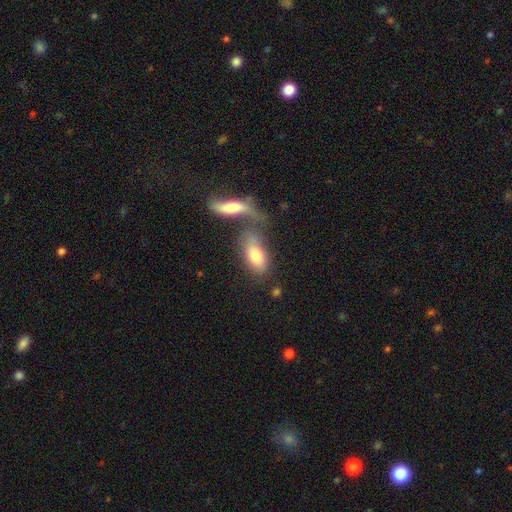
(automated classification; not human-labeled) smooth 74%, featured or disk 19%, star or artifact 7%. Down the decision tree: how rounded — in between (86%); merging — merger (46%).